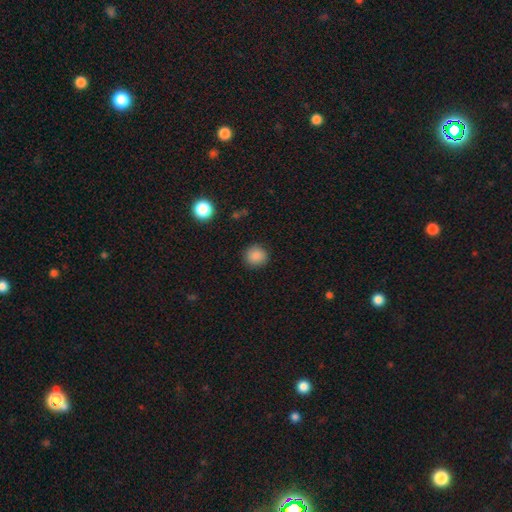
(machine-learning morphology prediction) Q: Smooth or featured?
A: smooth (87%); runner-up: star or artifact (10%)
Q: How rounded?
A: round (90%); runner-up: in between (9%)
Q: Merging?
A: none (90%); runner-up: minor disturbance (7%)